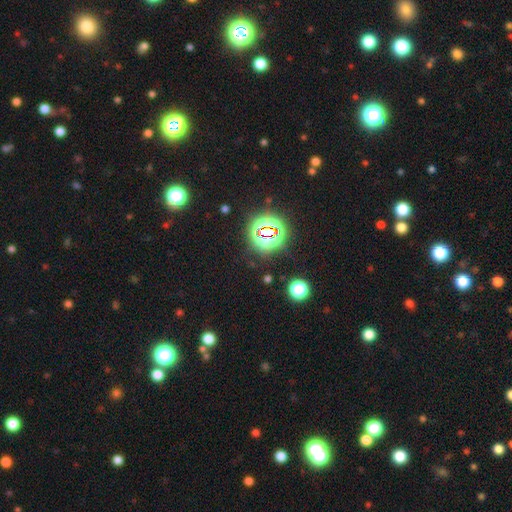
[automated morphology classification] smooth_or_featured: star or artifact (p=0.75) [alt: smooth p=0.19]